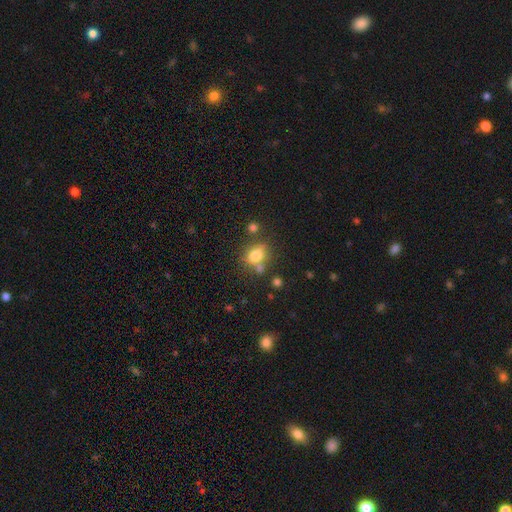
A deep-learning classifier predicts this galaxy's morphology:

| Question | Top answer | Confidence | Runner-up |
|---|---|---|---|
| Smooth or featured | smooth | 76% | featured or disk (12%) |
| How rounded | in between | 58% | round (40%) |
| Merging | none | 59% | merger (18%) |